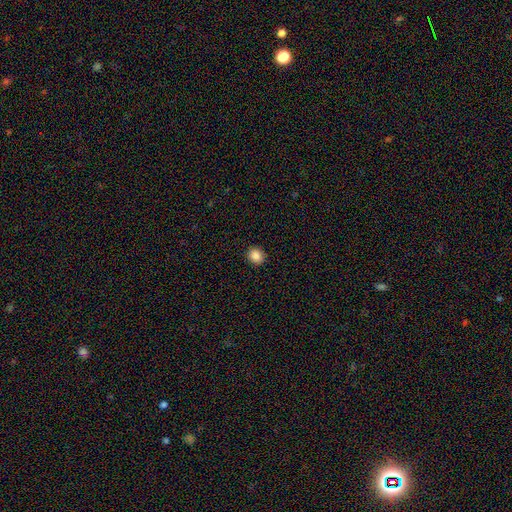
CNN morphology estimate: type=smooth (86%); roundness=round (80%); merging=none (92%).